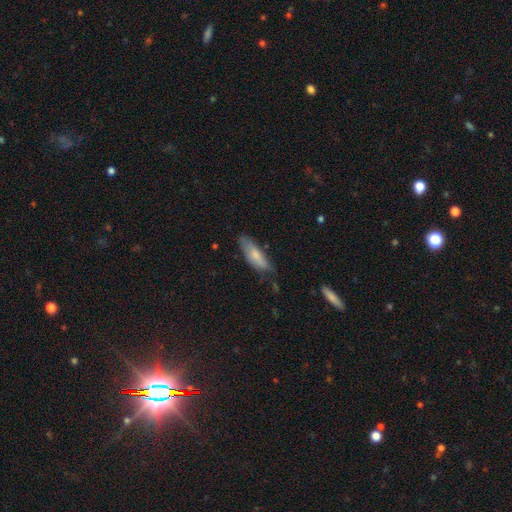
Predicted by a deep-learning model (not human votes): Smooth or featured? Predicted: smooth (p=0.72). How rounded? Predicted: in between (p=0.55). Merging? Predicted: none (p=0.58).